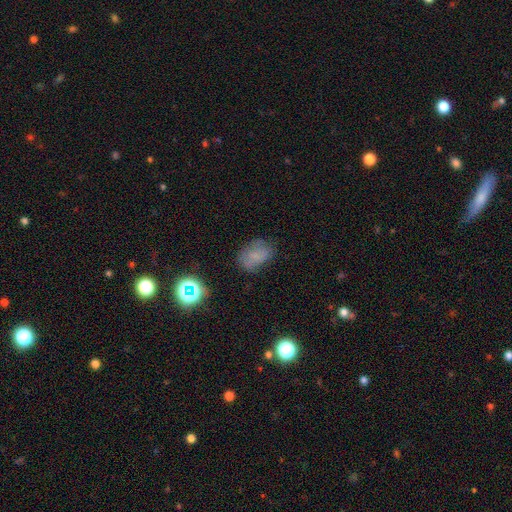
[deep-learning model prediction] Smooth or featured?
  - smooth: 66% *
  - featured or disk: 17%
  - star or artifact: 17%
How rounded?
  - in between: 77% *
  - round: 21%
  - cigar-shaped: 1%
Merging?
  - none: 63% *
  - minor disturbance: 24%
  - major disturbance: 10%
  - merger: 3%